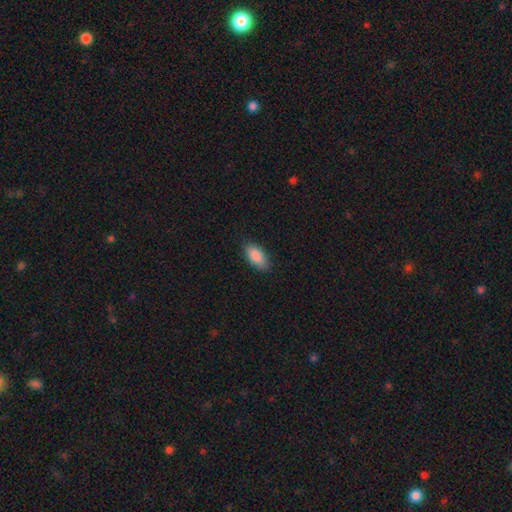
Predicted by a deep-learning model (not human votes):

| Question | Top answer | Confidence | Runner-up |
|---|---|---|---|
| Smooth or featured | smooth | 88% | star or artifact (7%) |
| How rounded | in between | 92% | cigar-shaped (6%) |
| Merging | none | 83% | minor disturbance (13%) |